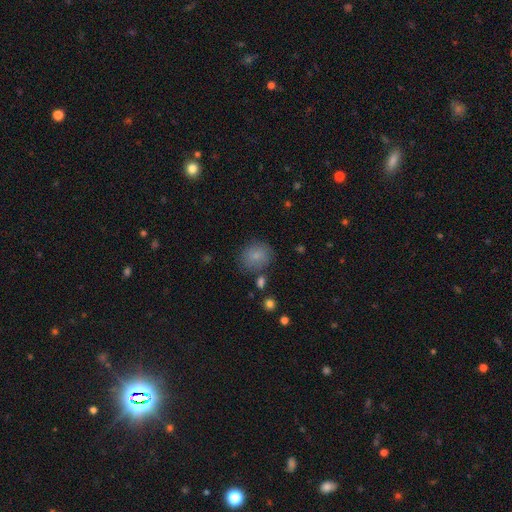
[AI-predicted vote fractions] Morphology: type=smooth (82%); roundness=round (71%); merging=none (75%).